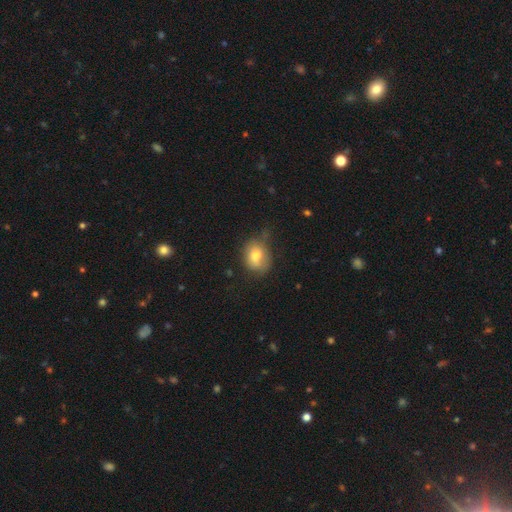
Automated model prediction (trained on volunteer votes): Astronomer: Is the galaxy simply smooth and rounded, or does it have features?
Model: smooth — 75%.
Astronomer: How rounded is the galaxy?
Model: in between — 51% (runner-up: round, 48%).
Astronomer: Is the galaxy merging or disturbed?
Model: none — 53% (runner-up: minor disturbance, 33%).